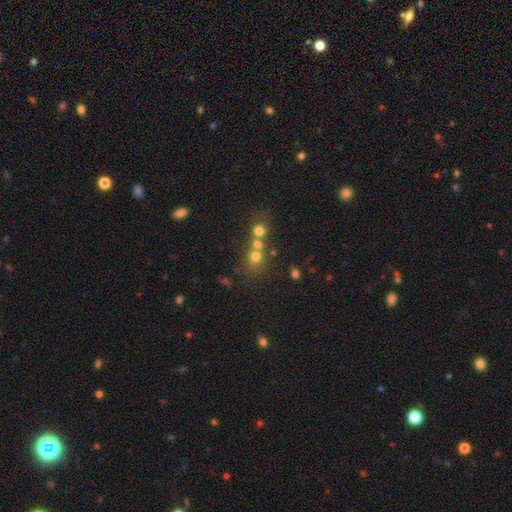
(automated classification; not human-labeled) A smooth galaxy with no disk features (66%) that is round (80%).

Vote fractions:
- Smooth or featured? smooth: 66% / star or artifact: 19% / featured or disk: 15%
- How rounded? round: 80% / in between: 19% / cigar-shaped: 1%
- Merging? merger: 45% / none: 42% / minor disturbance: 8% / major disturbance: 5%